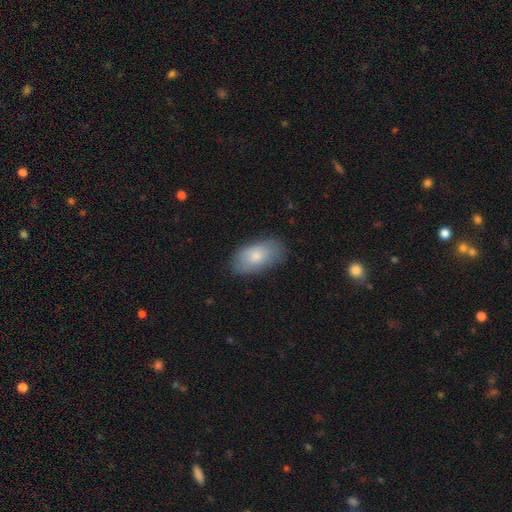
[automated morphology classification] A smooth galaxy with no disk features (77%) that is in between round and cigar-shaped (93%).

Vote fractions:
- Smooth or featured? smooth: 77% / featured or disk: 16% / star or artifact: 6%
- How rounded? in between: 93% / round: 4% / cigar-shaped: 3%
- Merging? none: 77% / minor disturbance: 18% / major disturbance: 4% / merger: 1%